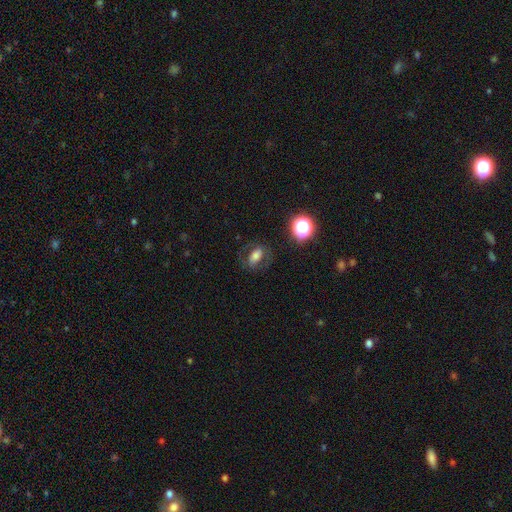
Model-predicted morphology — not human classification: smooth_or_featured: smooth (p=0.53) [alt: featured or disk p=0.33]
how_rounded: in between (p=0.75) [alt: round p=0.21]
merging: none (p=0.71) [alt: minor disturbance p=0.15]